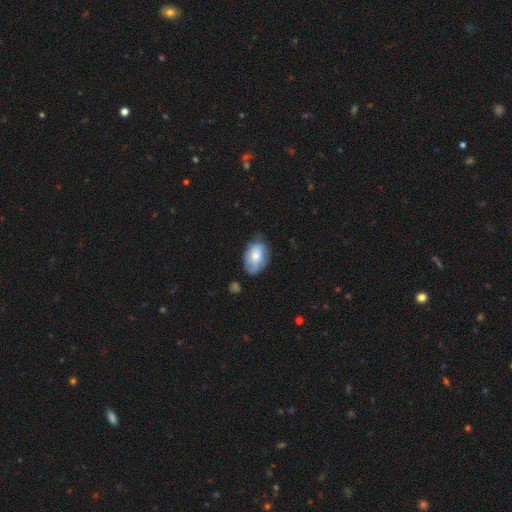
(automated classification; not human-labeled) This is likely a smooth galaxy (66%). How rounded: clearly in between (88%). Merging: likely none (61%).